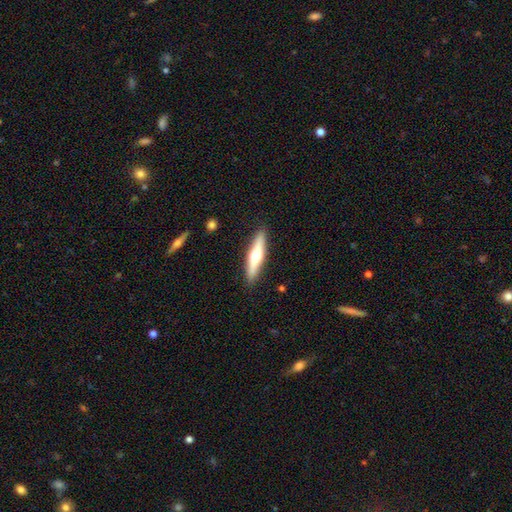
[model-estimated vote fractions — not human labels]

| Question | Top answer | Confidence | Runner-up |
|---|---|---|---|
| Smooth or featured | smooth | 48% | featured or disk (47%) |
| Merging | none | 90% | minor disturbance (8%) |